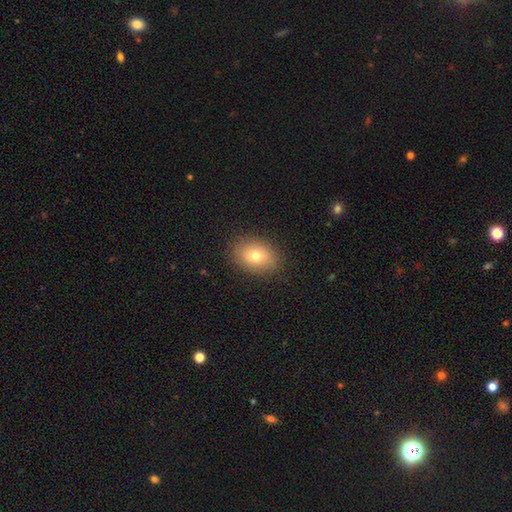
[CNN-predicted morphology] Q: Smooth or featured?
A: smooth (73%); runner-up: featured or disk (17%)
Q: How rounded?
A: in between (67%); runner-up: round (32%)
Q: Merging?
A: none (87%); runner-up: minor disturbance (10%)